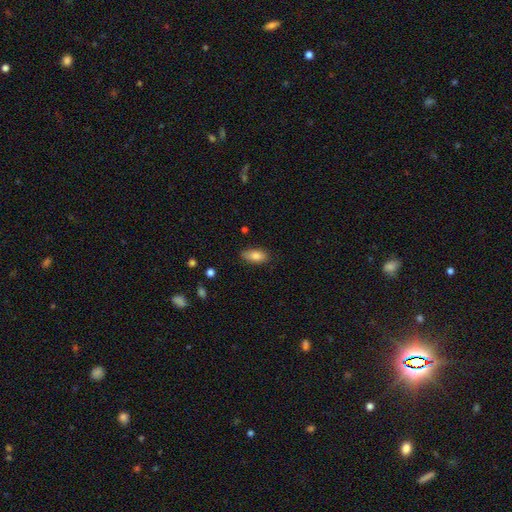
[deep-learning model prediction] smooth 83%, featured or disk 10%, star or artifact 7%. Down the decision tree: how rounded — in between (89%); merging — none (81%).